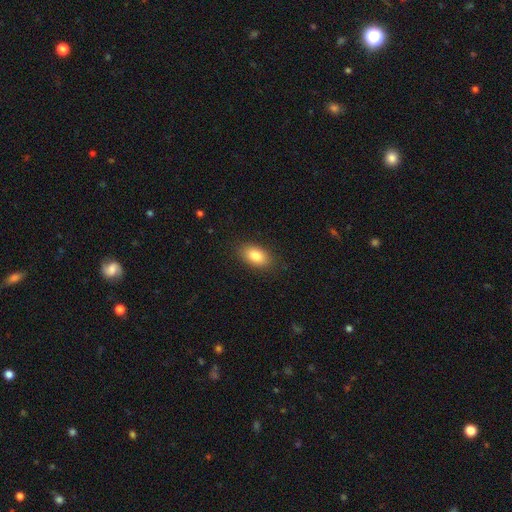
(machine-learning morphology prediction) Smooth or featured? Predicted: smooth (p=0.83). How rounded? Predicted: in between (p=0.90). Merging? Predicted: none (p=0.86).